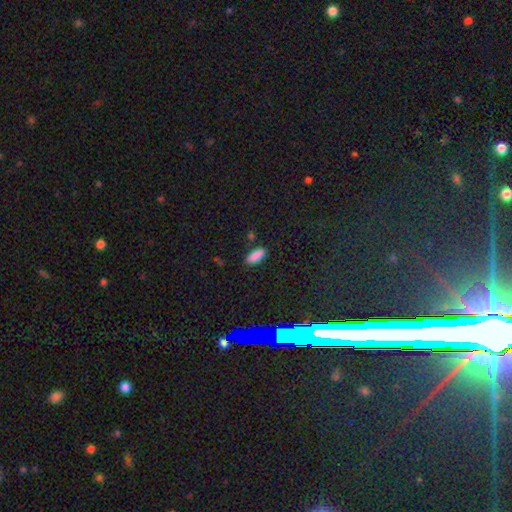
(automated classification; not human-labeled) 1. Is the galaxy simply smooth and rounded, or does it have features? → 84% smooth, 11% star or artifact, 5% featured or disk.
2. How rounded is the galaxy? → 81% in between, 17% cigar-shaped, 2% round.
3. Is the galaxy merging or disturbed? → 85% none, 10% minor disturbance, 2% major disturbance, 2% merger.